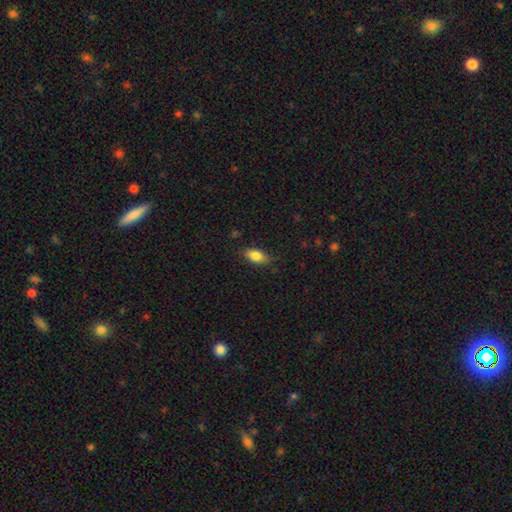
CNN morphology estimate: smooth-or-featured: smooth: 83% | featured or disk: 9% | star or artifact: 8%
  how-rounded: in between: 88% | cigar-shaped: 6% | round: 5%
  merging: none: 82% | minor disturbance: 14% | major disturbance: 3% | merger: 1%